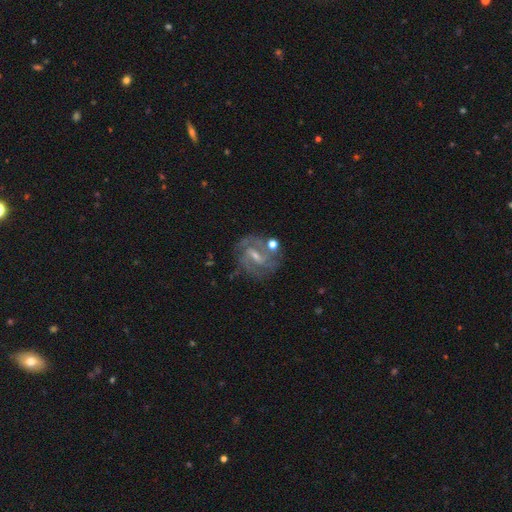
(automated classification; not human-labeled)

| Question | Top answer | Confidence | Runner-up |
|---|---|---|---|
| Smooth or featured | featured or disk | 81% | smooth (10%) |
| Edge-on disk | no | 96% | yes (4%) |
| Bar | weak | 49% | strong (34%) |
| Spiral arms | yes | 92% | no (8%) |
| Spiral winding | medium | 45% | tight (41%) |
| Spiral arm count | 2 | 51% | can't tell (19%) |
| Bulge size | small | 54% | moderate (34%) |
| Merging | none | 70% | minor disturbance (15%) |